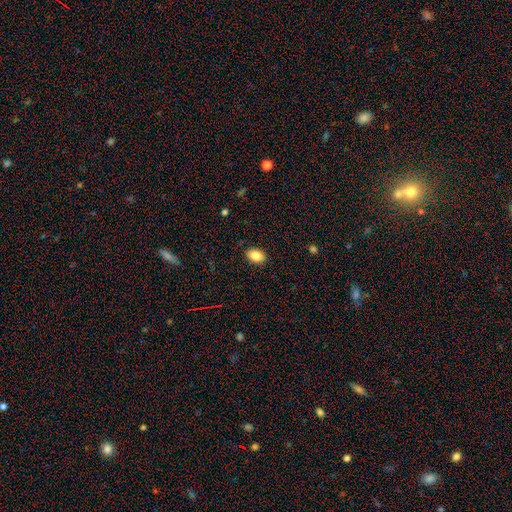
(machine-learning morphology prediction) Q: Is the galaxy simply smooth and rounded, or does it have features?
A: smooth — 87%.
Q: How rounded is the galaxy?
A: in between — 85%.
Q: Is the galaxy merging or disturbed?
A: none — 88%.